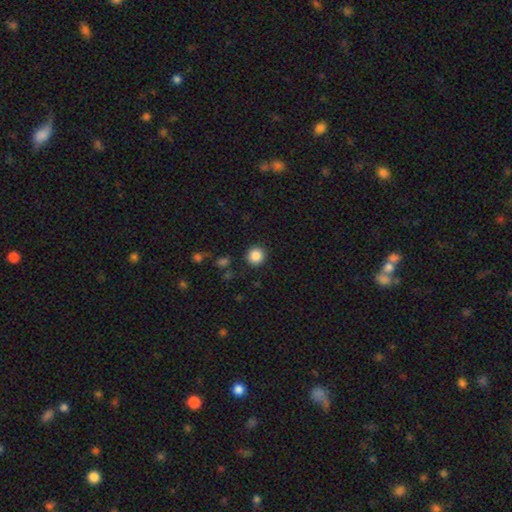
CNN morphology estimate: smooth_or_featured: smooth (p=0.87) [alt: star or artifact p=0.10]
how_rounded: round (p=0.92) [alt: in between p=0.07]
merging: none (p=0.90) [alt: minor disturbance p=0.06]